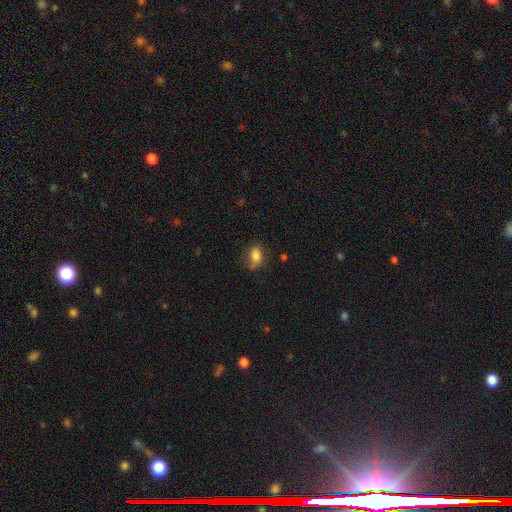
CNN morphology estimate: type=smooth (76%); roundness=in between (85%); merging=none (57%).